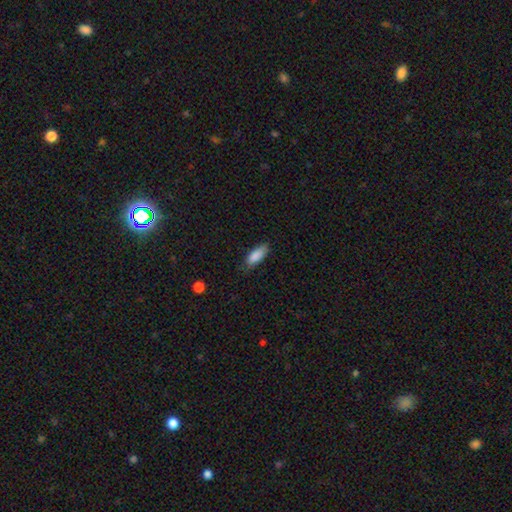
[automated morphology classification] A smooth galaxy with no disk features (87%) that is in between round and cigar-shaped (75%).

Vote fractions:
- Smooth or featured? smooth: 87% / star or artifact: 7% / featured or disk: 6%
- How rounded? in between: 75% / cigar-shaped: 23% / round: 2%
- Merging? none: 73% / minor disturbance: 22% / major disturbance: 4% / merger: 1%